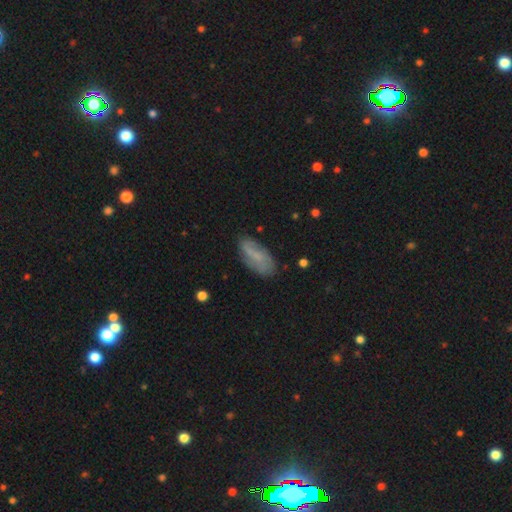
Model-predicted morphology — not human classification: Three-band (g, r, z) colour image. It shows a smooth galaxy with no disk features (60%) that is in between round and cigar-shaped (83%). Merging: none (72%).